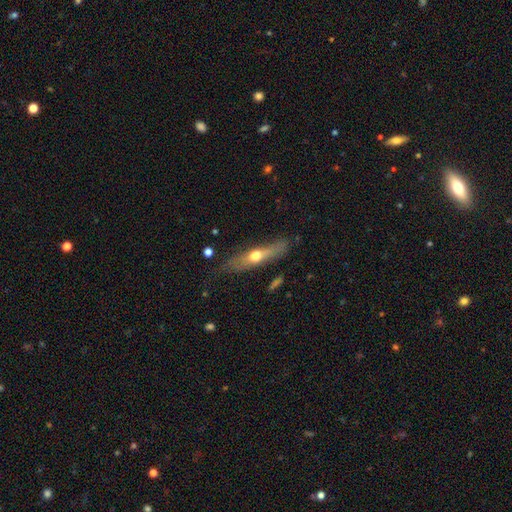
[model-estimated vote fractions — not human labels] Smooth or featured: featured or disk — 51% (smooth — 43%)
Edge-on disk: yes — 81% (no — 19%)
Merging: none — 66% (minor disturbance — 23%)